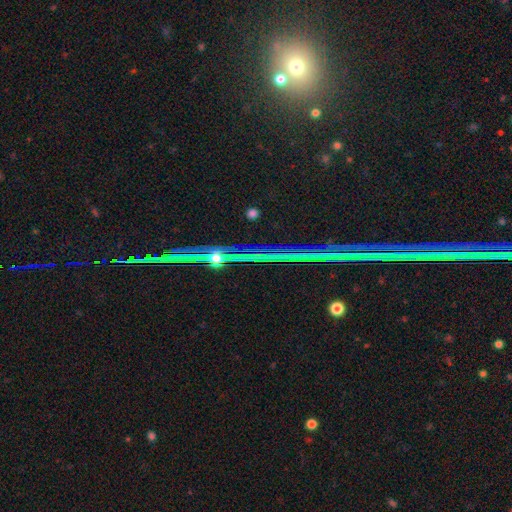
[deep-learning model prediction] This appears to be a star or artifact, not a galaxy (76%).